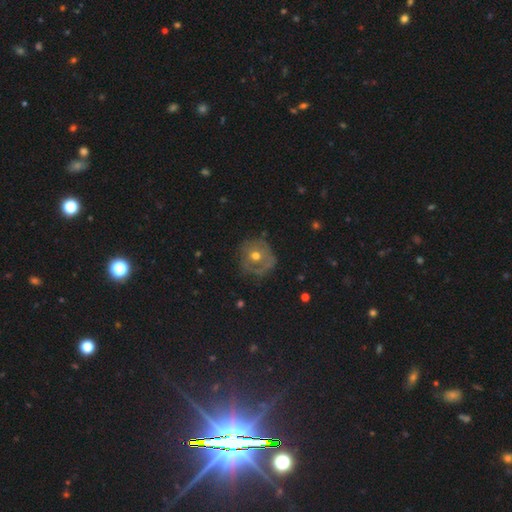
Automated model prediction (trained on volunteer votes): The model was most divided on "smooth or featured": featured or disk: 49%, smooth: 39%, star or artifact: 12%. More confident: merging — none (64%).